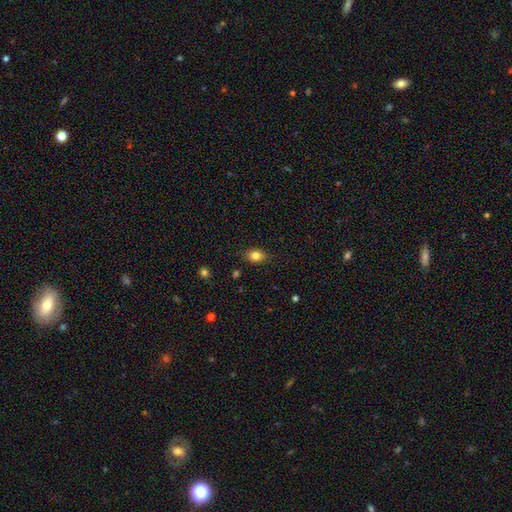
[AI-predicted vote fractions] This appears to be a smooth galaxy with no disk features (83%) that is in between round and cigar-shaped (70%). Merging: none (84%).